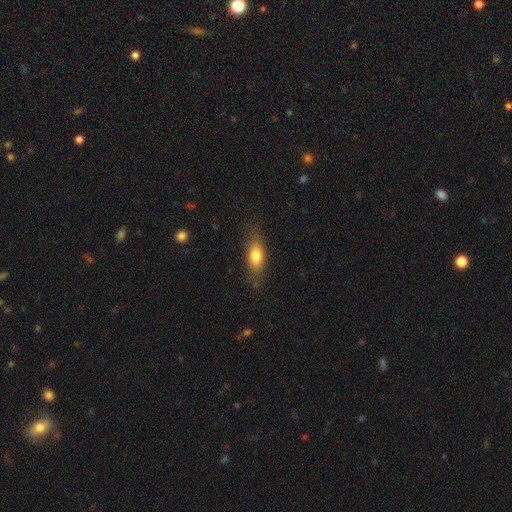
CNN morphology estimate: A smooth galaxy with no disk features (75%) that is in between round and cigar-shaped (71%).

Vote fractions:
- Smooth or featured? smooth: 75% / featured or disk: 17% / star or artifact: 8%
- How rounded? in between: 71% / cigar-shaped: 23% / round: 5%
- Merging? none: 75% / minor disturbance: 18% / major disturbance: 5% / merger: 2%